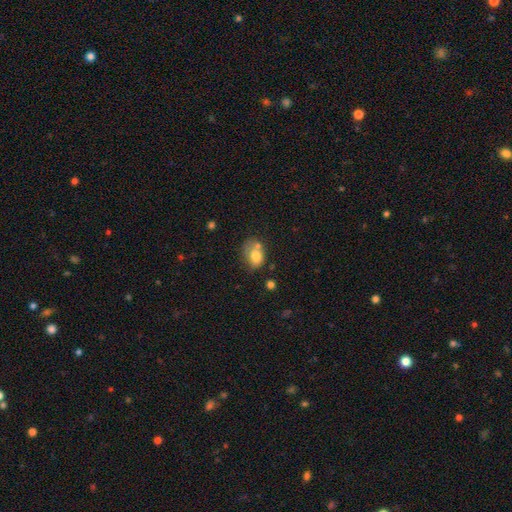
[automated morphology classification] smooth_or_featured: smooth (p=0.74) [alt: featured or disk p=0.17]
how_rounded: in between (p=0.68) [alt: round p=0.31]
merging: none (p=0.36) [alt: merger p=0.28]